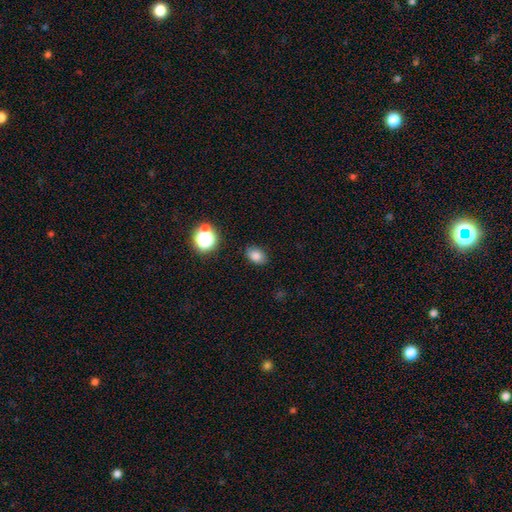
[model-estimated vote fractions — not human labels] smooth 81%, star or artifact 14%, featured or disk 6%. Down the decision tree: how rounded — in between (76%); merging — none (85%).